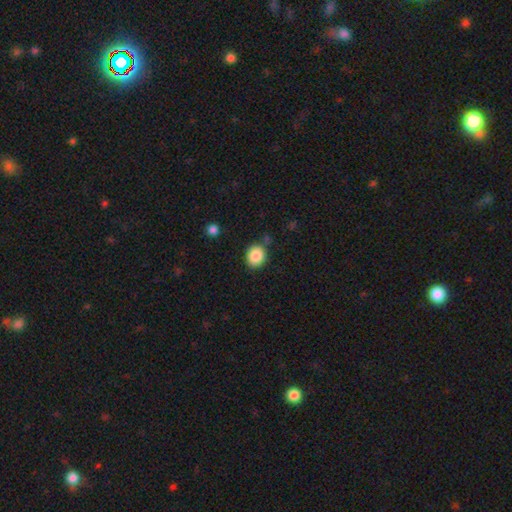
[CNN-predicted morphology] Smooth or featured? smooth (87%)
How rounded? round (67%)
Merging? none (82%)